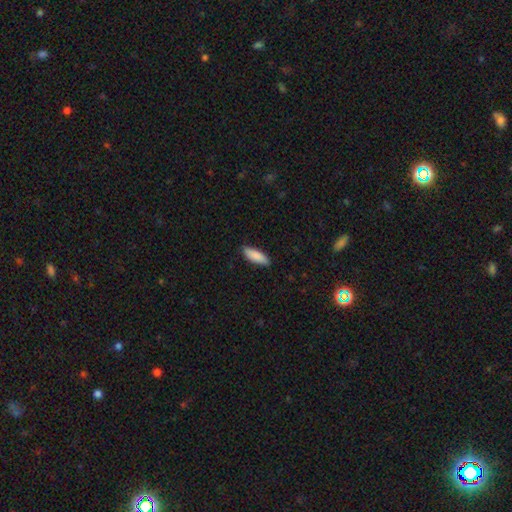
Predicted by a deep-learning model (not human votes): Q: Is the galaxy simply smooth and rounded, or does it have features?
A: smooth — 89%.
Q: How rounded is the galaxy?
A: in between — 63%.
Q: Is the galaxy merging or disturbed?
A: none — 87%.